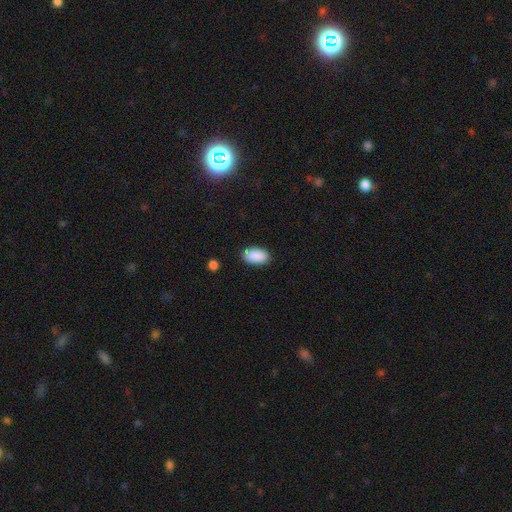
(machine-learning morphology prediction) A smooth galaxy with no disk features (90%) that is in between round and cigar-shaped (94%).

Vote fractions:
- Smooth or featured? smooth: 90% / star or artifact: 7% / featured or disk: 4%
- How rounded? in between: 94% / round: 4% / cigar-shaped: 2%
- Merging? none: 85% / minor disturbance: 11% / major disturbance: 2% / merger: 1%